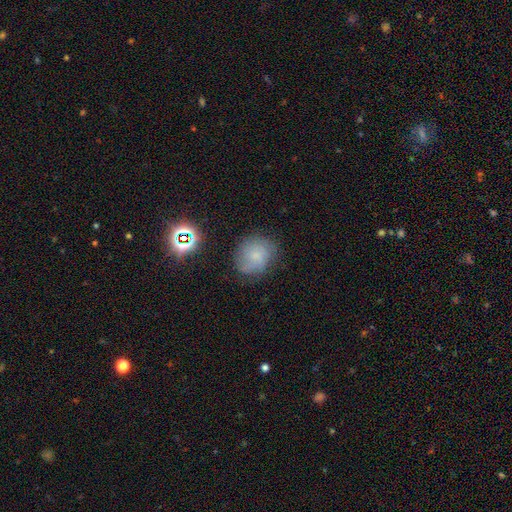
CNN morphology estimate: A smooth galaxy with no disk features (54%) that is round (68%).

Vote fractions:
- Smooth or featured? smooth: 54% / featured or disk: 30% / star or artifact: 16%
- How rounded? round: 68% / in between: 31% / cigar-shaped: 1%
- Merging? none: 66% / minor disturbance: 23% / major disturbance: 8% / merger: 3%